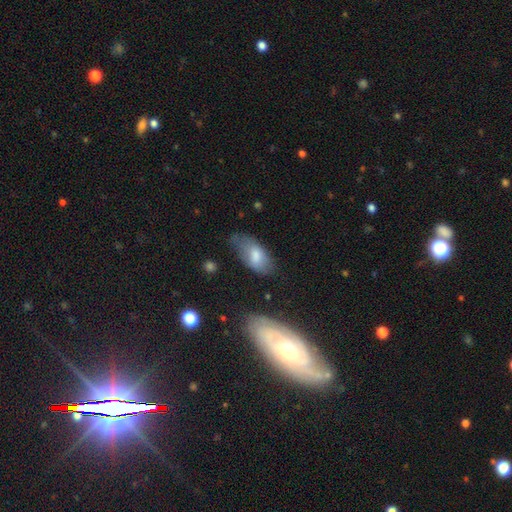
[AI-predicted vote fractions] Overall: smooth (73%). How rounded: in between (91%). Merging: none (51%; minor disturbance 33%).